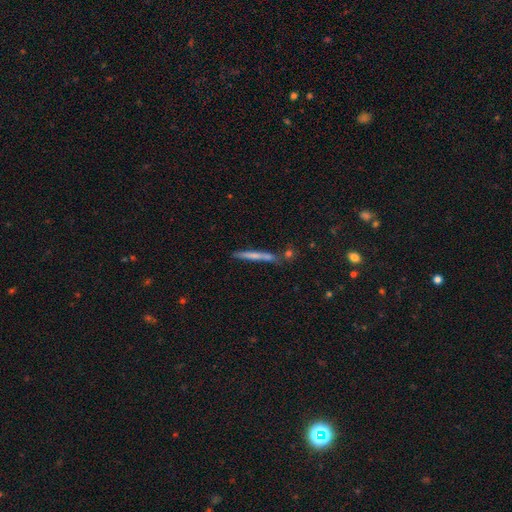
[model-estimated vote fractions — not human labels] Smooth or featured: smooth — 54% (featured or disk — 38%)
How rounded: cigar-shaped — 96% (in between — 3%)
Merging: none — 80% (minor disturbance — 11%)